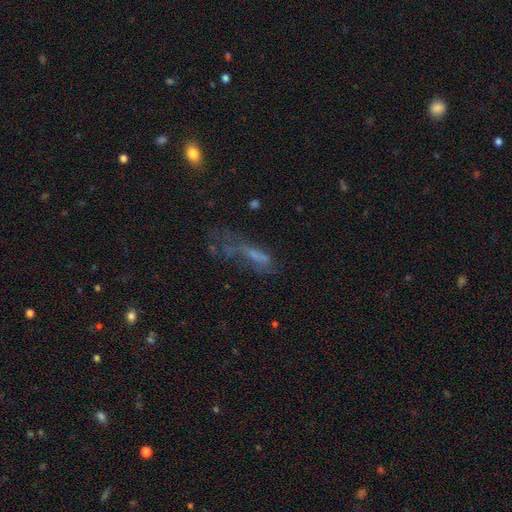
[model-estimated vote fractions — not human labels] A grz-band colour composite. It shows a featured or disk galaxy (41%). Merging: major disturbance (42%).